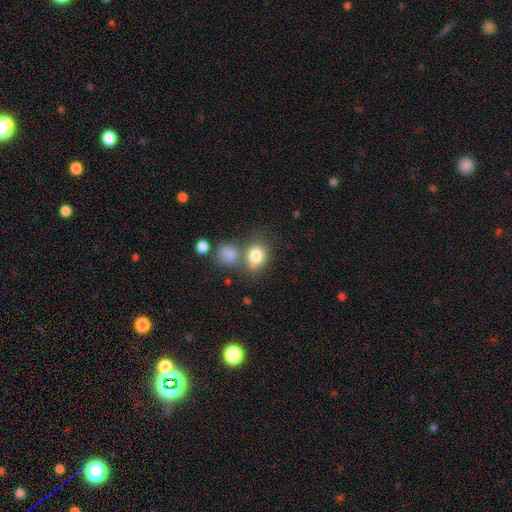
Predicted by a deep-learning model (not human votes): smooth-or-featured: smooth: 81% | star or artifact: 9% | featured or disk: 9%
  how-rounded: in between: 52% | round: 47% | cigar-shaped: 1%
  merging: none: 52% | merger: 27% | minor disturbance: 14% | major disturbance: 6%